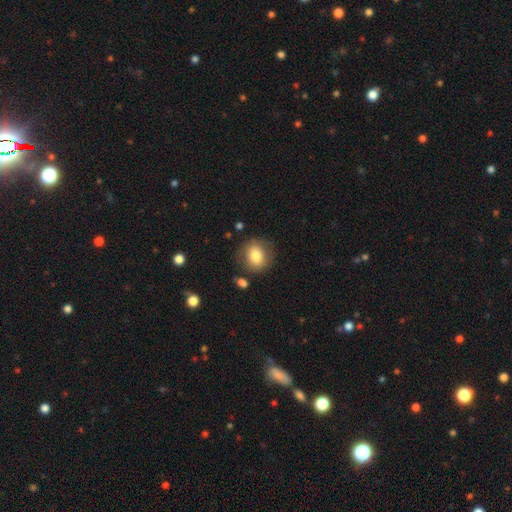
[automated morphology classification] type=smooth (79%); roundness=round (74%); merging=none (81%).